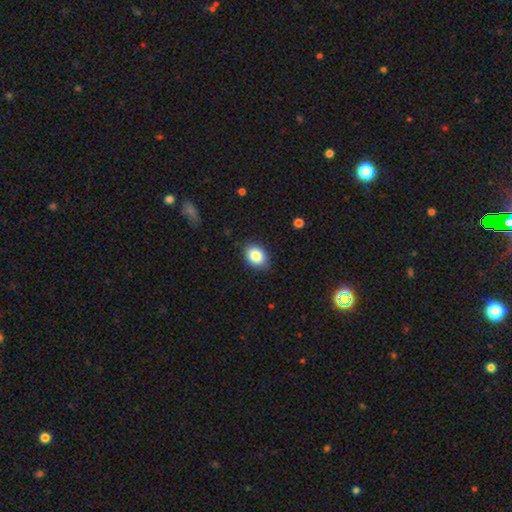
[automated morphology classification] Smooth or featured? smooth (85%)
How rounded? in between (66%)
Merging? none (87%)